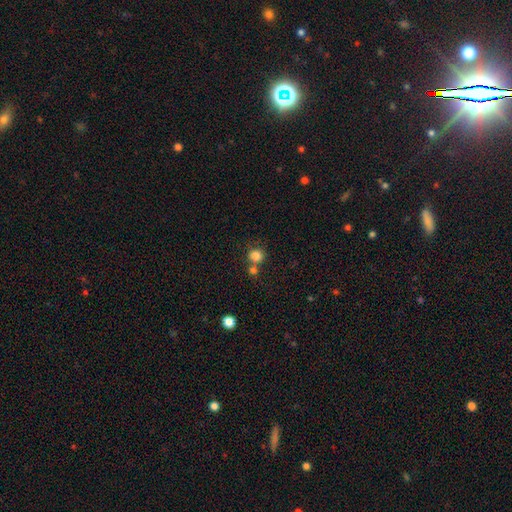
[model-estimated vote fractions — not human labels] The model was most divided on "merging": none: 58%, merger: 30%, minor disturbance: 9%, major disturbance: 4%. More confident: how rounded — round (88%); smooth or featured — smooth (82%).